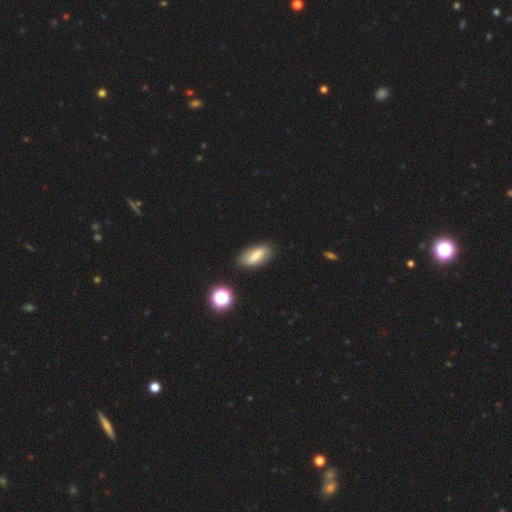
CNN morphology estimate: Smooth or featured: smooth — 63% (featured or disk — 27%)
How rounded: in between — 85% (cigar-shaped — 11%)
Merging: none — 80% (minor disturbance — 14%)